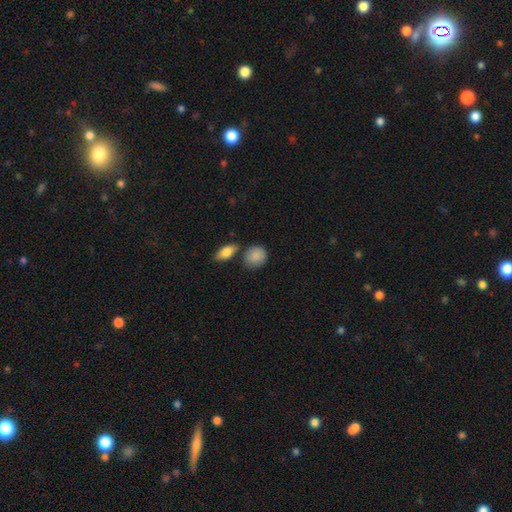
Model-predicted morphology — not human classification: This is clearly a smooth galaxy (88%). How rounded: likely round (71%). Merging: likely none (70%).